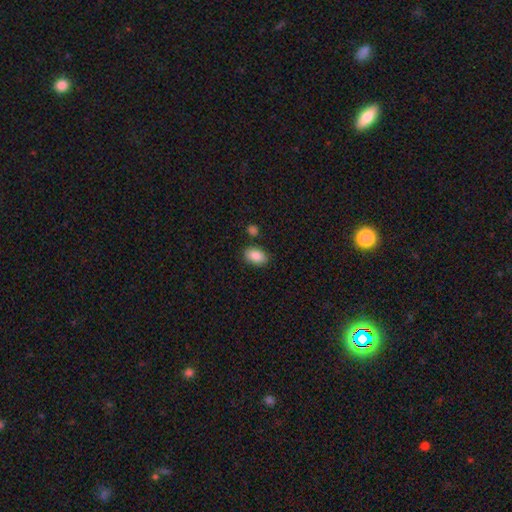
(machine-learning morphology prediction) Smooth or featured? Predicted: smooth (p=0.89). How rounded? Predicted: in between (p=0.89). Merging? Predicted: none (p=0.82).